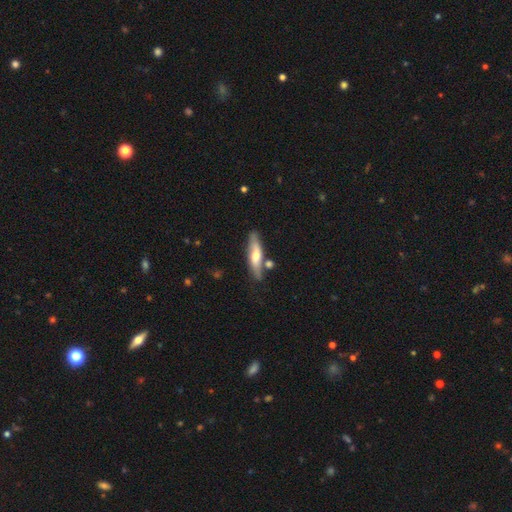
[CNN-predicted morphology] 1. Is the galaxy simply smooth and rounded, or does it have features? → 50% smooth, 44% featured or disk, 6% star or artifact.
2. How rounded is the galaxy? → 70% cigar-shaped, 28% in between, 2% round.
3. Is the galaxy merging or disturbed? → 71% none, 16% minor disturbance, 10% merger, 4% major disturbance.